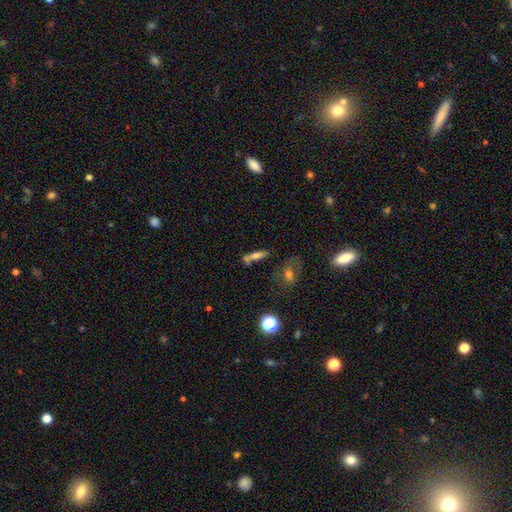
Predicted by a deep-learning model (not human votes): A smooth galaxy with no disk features (62%) that is cigar-shaped (63%). Merging: none (49%).